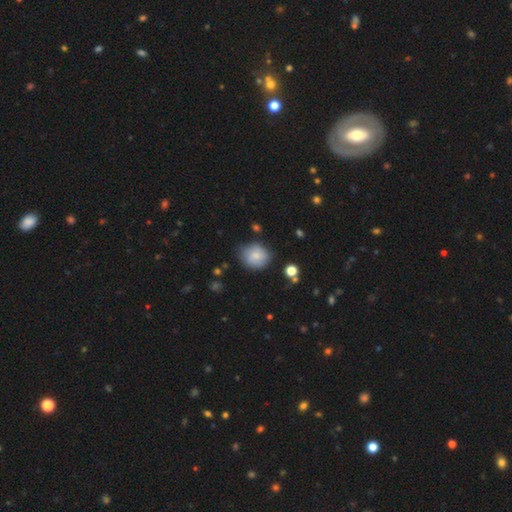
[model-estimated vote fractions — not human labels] smooth_or_featured: smooth (p=0.70) [alt: featured or disk p=0.22]
how_rounded: round (p=0.75) [alt: in between p=0.24]
merging: none (p=0.71) [alt: minor disturbance p=0.21]